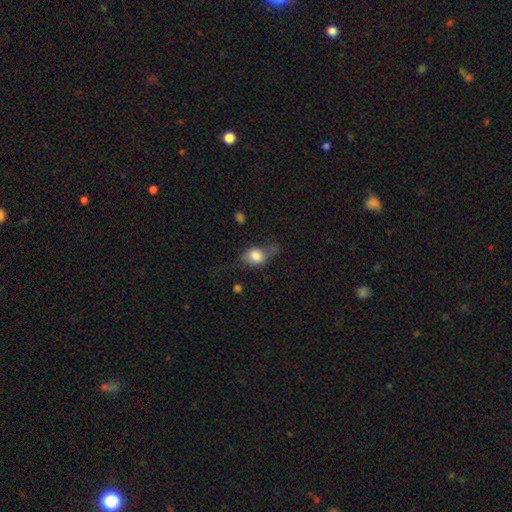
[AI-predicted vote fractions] smooth-or-featured: smooth: 70% | featured or disk: 22% | star or artifact: 9%
  how-rounded: in between: 58% | round: 39% | cigar-shaped: 3%
  merging: none: 43% | minor disturbance: 30% | major disturbance: 23% | merger: 4%